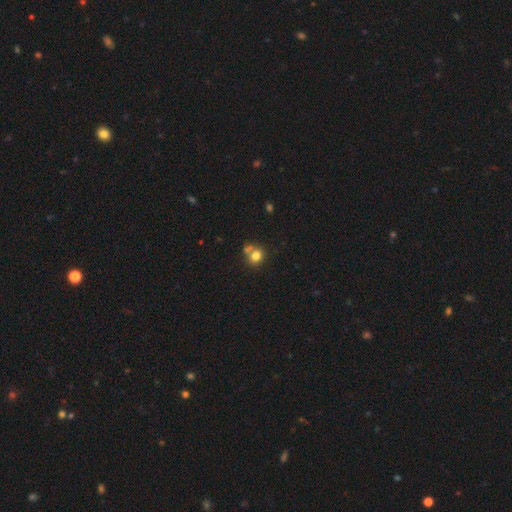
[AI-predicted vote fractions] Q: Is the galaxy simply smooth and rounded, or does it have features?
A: smooth — 78%.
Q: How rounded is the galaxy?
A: round — 80%.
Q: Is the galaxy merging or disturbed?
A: none — 52%.